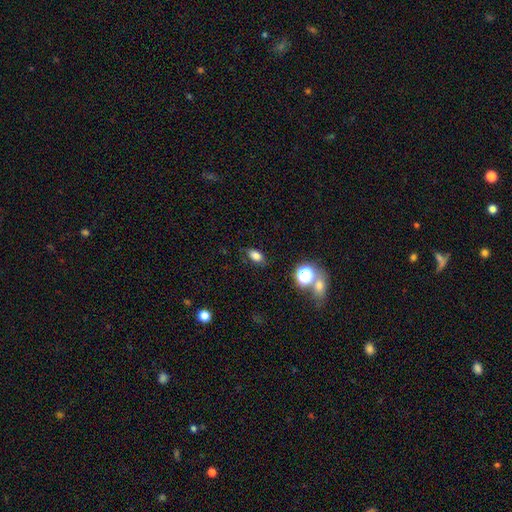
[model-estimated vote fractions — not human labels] The model was most divided on "smooth or featured": smooth: 79%, star or artifact: 14%, featured or disk: 7%. More confident: how rounded — in between (84%); merging — none (82%).